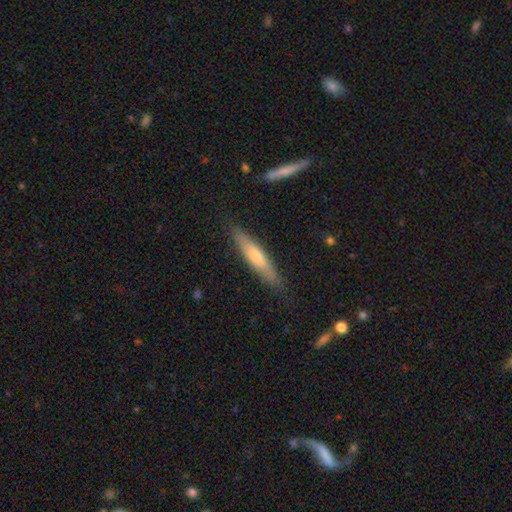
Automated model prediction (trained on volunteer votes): smooth_or_featured: smooth (p=0.60) [alt: featured or disk p=0.35]
how_rounded: cigar-shaped (p=0.86) [alt: in between p=0.13]
merging: none (p=0.84) [alt: minor disturbance p=0.12]